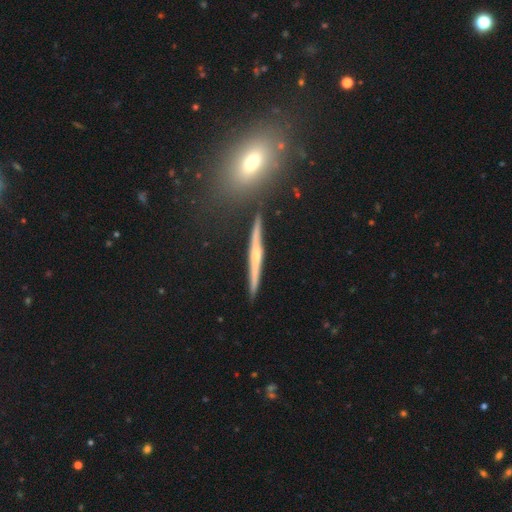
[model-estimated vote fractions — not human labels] Morphology: type=featured or disk (72%); edge-on=yes (96%); edge-on bulge=rounded (59%); merging=none (87%).